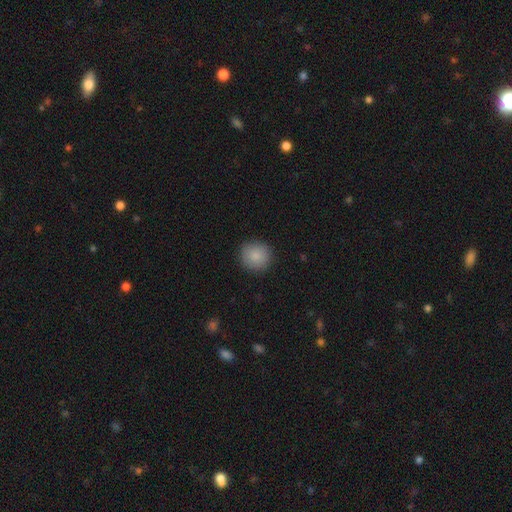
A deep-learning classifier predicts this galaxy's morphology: smooth-or-featured: smooth: 88% | star or artifact: 8% | featured or disk: 4%
  how-rounded: round: 92% | in between: 7% | cigar-shaped: 1%
  merging: none: 89% | minor disturbance: 7% | major disturbance: 2% | merger: 1%